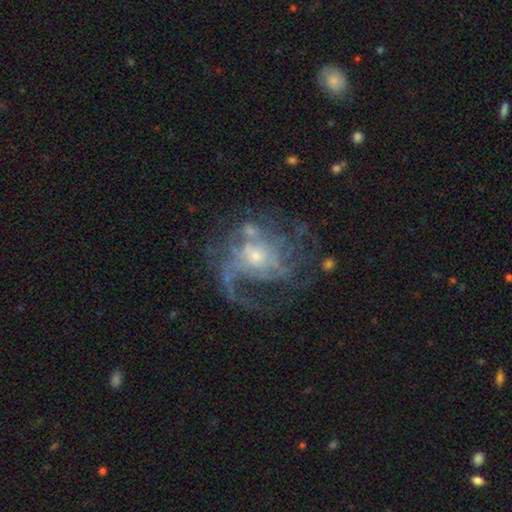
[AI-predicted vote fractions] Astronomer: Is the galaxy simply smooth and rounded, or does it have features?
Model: featured or disk — 81%.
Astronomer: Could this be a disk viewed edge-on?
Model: no — 98%.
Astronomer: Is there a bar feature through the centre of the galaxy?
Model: no — 74%.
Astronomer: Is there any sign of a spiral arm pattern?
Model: yes — 81%.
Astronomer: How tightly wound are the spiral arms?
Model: medium — 37% (runner-up: loose, 36%).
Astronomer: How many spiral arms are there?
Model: can't tell — 37% (runner-up: 1, 17%).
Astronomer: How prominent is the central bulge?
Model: small — 61%.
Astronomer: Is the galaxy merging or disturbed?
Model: none — 45% (runner-up: major disturbance, 34%).